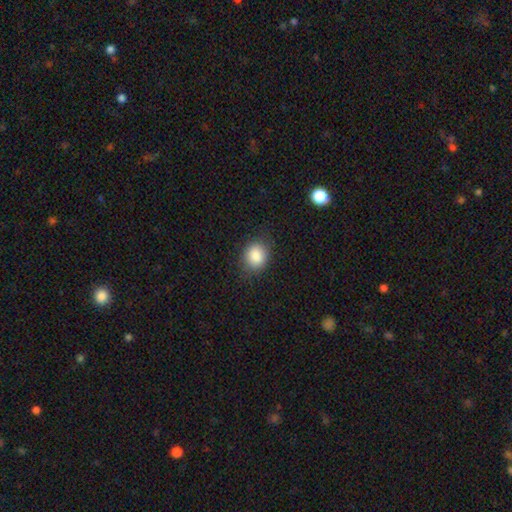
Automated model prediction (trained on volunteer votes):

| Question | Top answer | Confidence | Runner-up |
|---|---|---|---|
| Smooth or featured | smooth | 86% | star or artifact (9%) |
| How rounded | round | 57% | in between (42%) |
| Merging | none | 79% | minor disturbance (15%) |